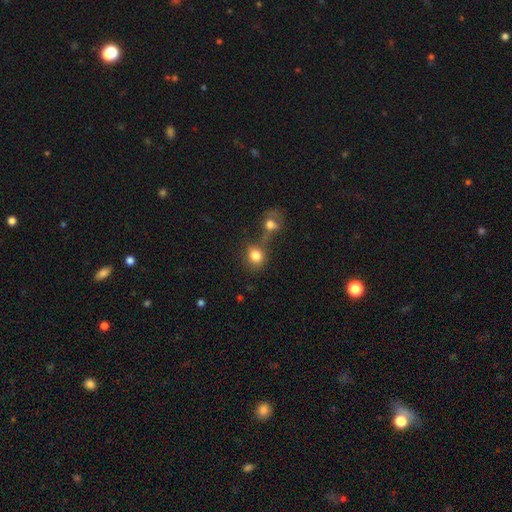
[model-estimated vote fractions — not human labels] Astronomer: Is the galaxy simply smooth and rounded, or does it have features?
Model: smooth — 80%.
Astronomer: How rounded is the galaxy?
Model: round — 66%.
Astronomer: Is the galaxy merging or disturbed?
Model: none — 44% (runner-up: merger, 36%).